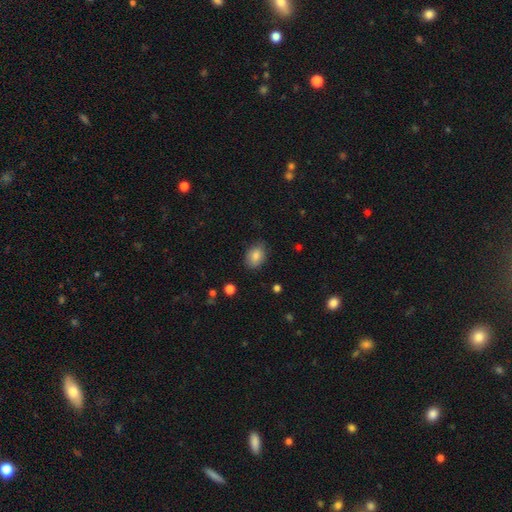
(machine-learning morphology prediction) This appears to be a smooth galaxy with no disk features (84%) that is in between round and cigar-shaped (77%). Merging: none (78%).